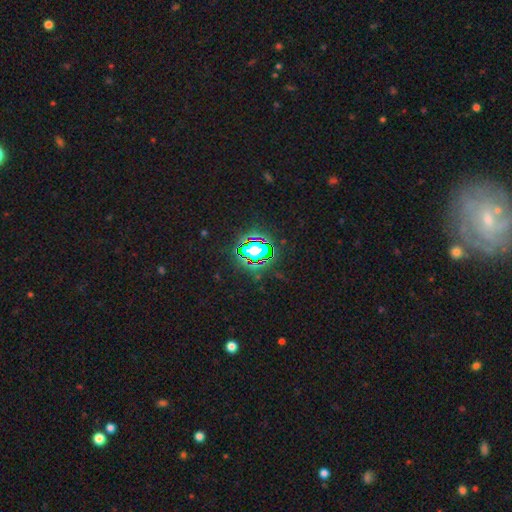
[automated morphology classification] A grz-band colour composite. It shows a star or artifact, not a galaxy (79%).